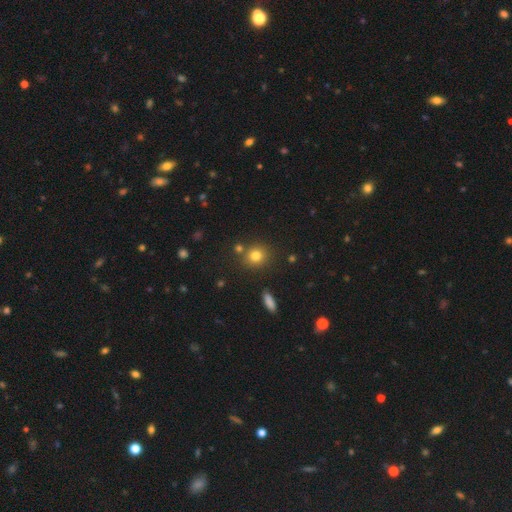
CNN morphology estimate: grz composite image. It shows a smooth galaxy with no disk features (79%) that is round (82%). Merging: none (78%).